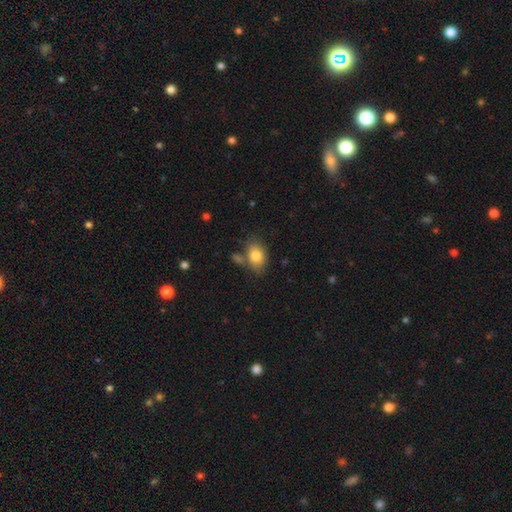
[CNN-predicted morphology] Smooth or featured?
  - smooth: 82% *
  - featured or disk: 11%
  - star or artifact: 8%
How rounded?
  - in between: 80% *
  - round: 18%
  - cigar-shaped: 1%
Merging?
  - none: 67% *
  - minor disturbance: 17%
  - merger: 12%
  - major disturbance: 5%